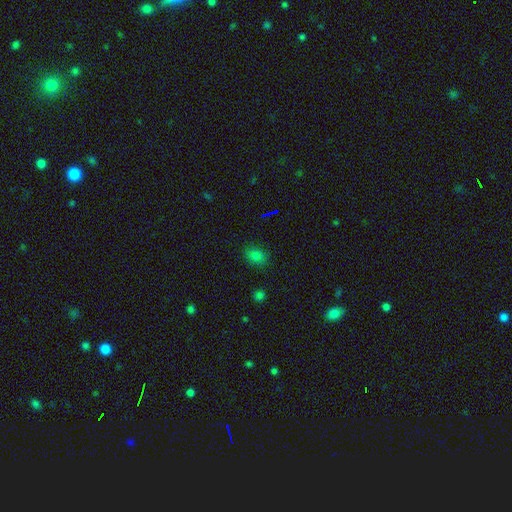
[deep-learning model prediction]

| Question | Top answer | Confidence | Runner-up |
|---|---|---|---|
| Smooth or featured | smooth | 76% | star or artifact (18%) |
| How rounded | in between | 59% | round (40%) |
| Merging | none | 84% | minor disturbance (12%) |